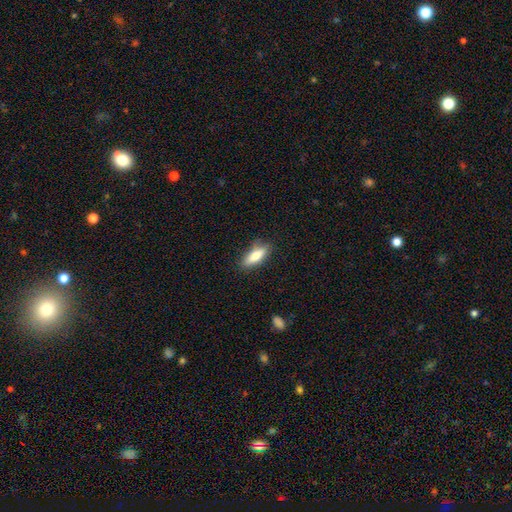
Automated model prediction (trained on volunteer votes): Q: Smooth or featured?
A: smooth (74%); runner-up: featured or disk (19%)
Q: How rounded?
A: in between (55%); runner-up: cigar-shaped (42%)
Q: Merging?
A: none (80%); runner-up: minor disturbance (15%)